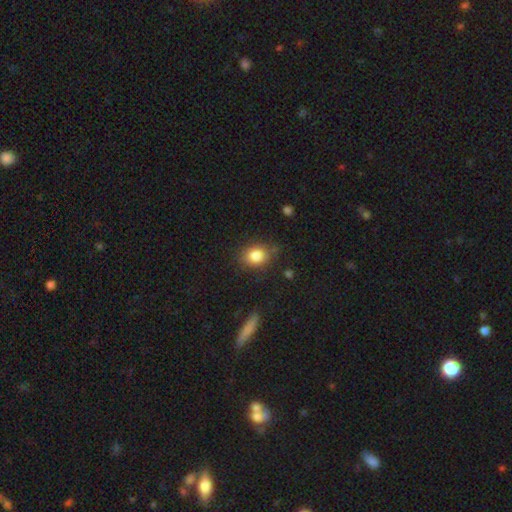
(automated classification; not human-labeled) Q: Smooth or featured?
A: smooth (84%); runner-up: star or artifact (9%)
Q: How rounded?
A: in between (51%); runner-up: round (48%)
Q: Merging?
A: none (78%); runner-up: minor disturbance (16%)